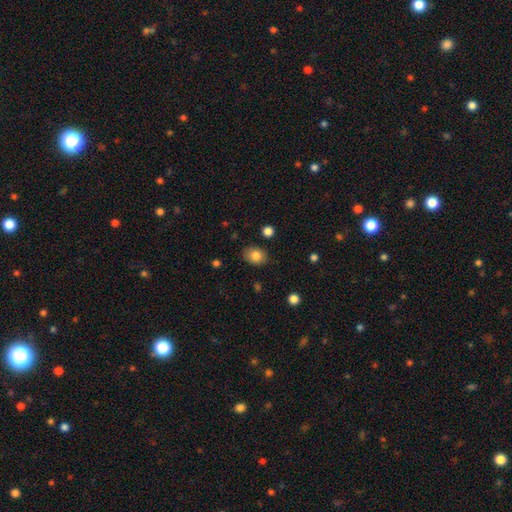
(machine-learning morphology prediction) Smooth or featured: smooth — 83% (star or artifact — 9%)
How rounded: in between — 61% (round — 38%)
Merging: none — 85% (minor disturbance — 11%)